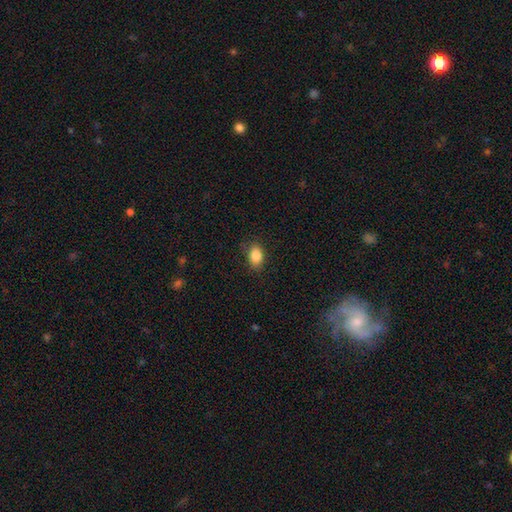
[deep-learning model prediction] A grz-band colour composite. It shows a smooth galaxy with no disk features (86%) that is in between round and cigar-shaped (83%). Merging: none (83%).